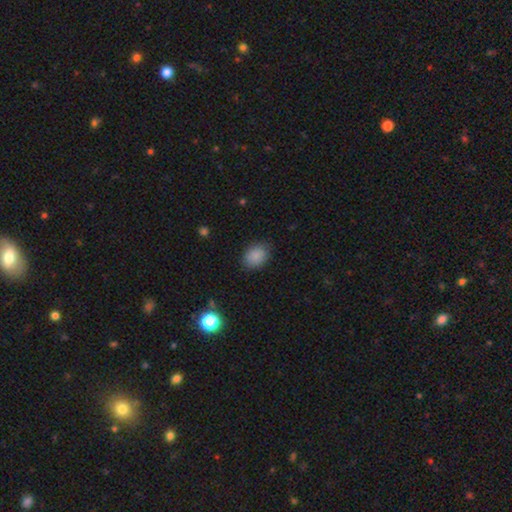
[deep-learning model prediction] Smooth or featured? Predicted: smooth (p=0.87). How rounded? Predicted: in between (p=0.63). Merging? Predicted: none (p=0.83).